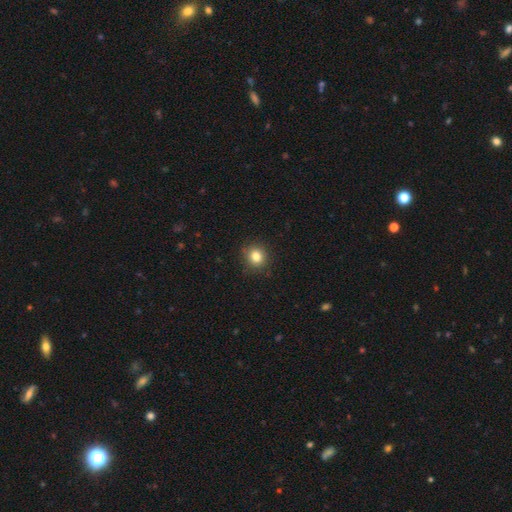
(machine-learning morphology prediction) smooth 82%, star or artifact 12%, featured or disk 6%. Down the decision tree: how rounded — round (84%); merging — none (88%).